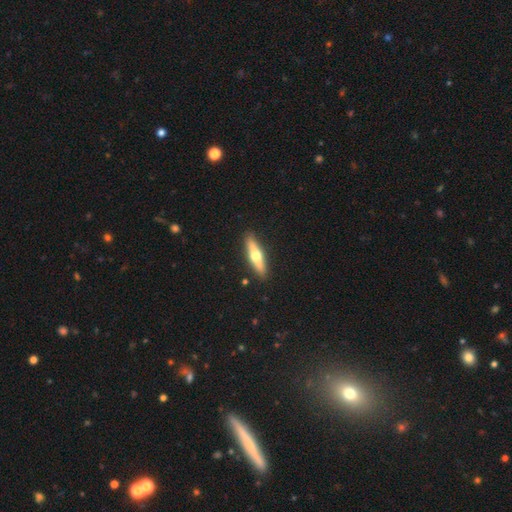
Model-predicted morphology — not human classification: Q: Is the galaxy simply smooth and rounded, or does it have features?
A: featured or disk — 53%.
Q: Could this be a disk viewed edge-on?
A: yes — 92%.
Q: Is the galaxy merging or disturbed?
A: none — 90%.